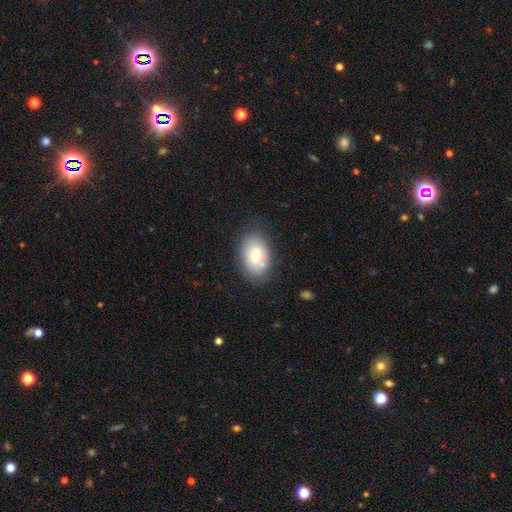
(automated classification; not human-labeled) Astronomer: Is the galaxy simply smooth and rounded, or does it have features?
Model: smooth — 66%.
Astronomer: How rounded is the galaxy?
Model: in between — 82%.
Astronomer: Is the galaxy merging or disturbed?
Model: none — 72%.